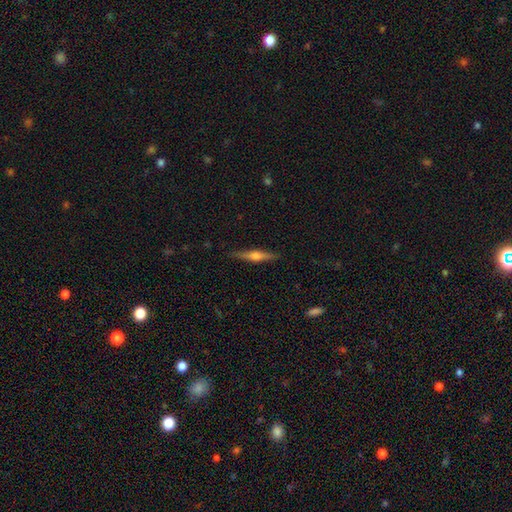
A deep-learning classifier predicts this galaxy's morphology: Smooth or featured?
  - featured or disk: 65% *
  - smooth: 28%
  - star or artifact: 6%
Edge-on disk?
  - yes: 97% *
  - no: 3%
Edge-on bulge?
  - rounded: 88% *
  - boxy: 8%
  - none: 4%
Merging?
  - none: 89% *
  - minor disturbance: 8%
  - major disturbance: 2%
  - merger: 1%